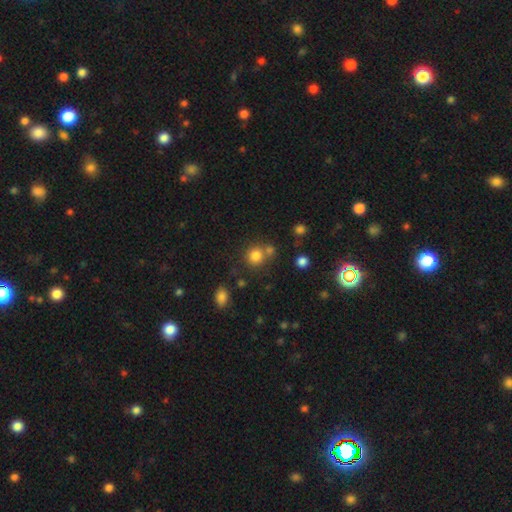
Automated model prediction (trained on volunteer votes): This is clearly a smooth galaxy (81%). How rounded: clearly round (86%). Merging: likely none (63%).